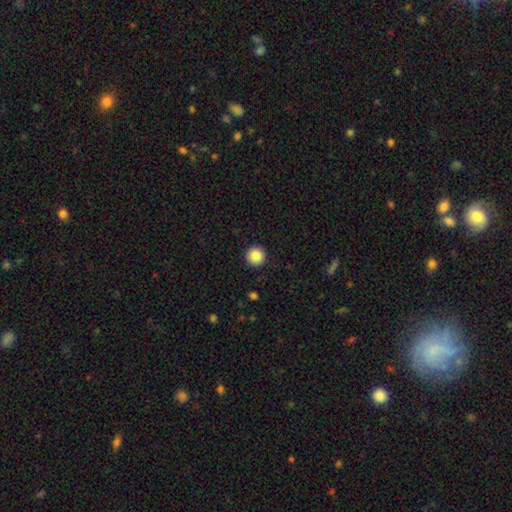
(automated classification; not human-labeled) Overall: smooth (86%). How rounded: round (96%). Merging: none (93%).